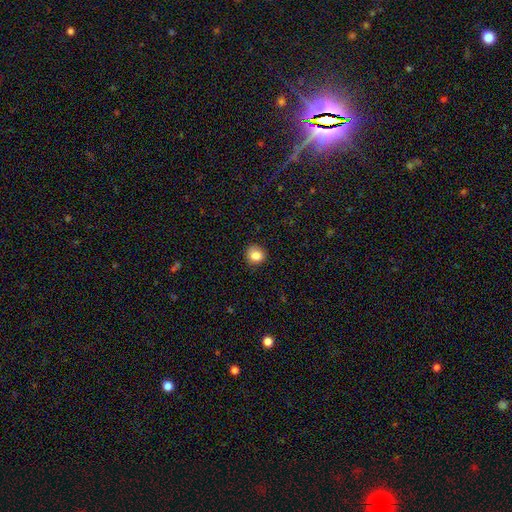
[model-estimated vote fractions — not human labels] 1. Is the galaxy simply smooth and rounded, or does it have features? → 85% smooth, 10% star or artifact, 5% featured or disk.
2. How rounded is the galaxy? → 82% round, 18% in between, 1% cigar-shaped.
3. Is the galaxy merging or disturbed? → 85% none, 11% minor disturbance, 3% major disturbance, 1% merger.